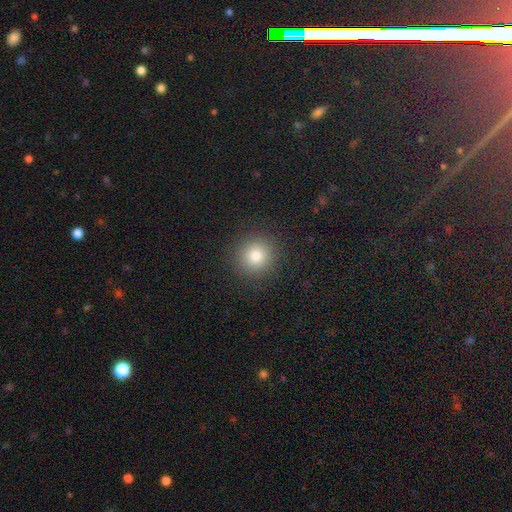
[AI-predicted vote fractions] Q: Smooth or featured?
A: smooth (81%); runner-up: star or artifact (12%)
Q: How rounded?
A: round (92%); runner-up: in between (7%)
Q: Merging?
A: none (91%); runner-up: minor disturbance (6%)